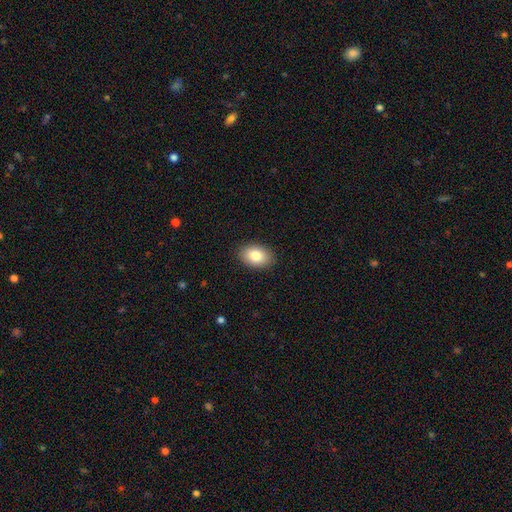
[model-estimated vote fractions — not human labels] This is clearly a smooth galaxy (82%). How rounded: clearly in between (85%). Merging: clearly none (89%).